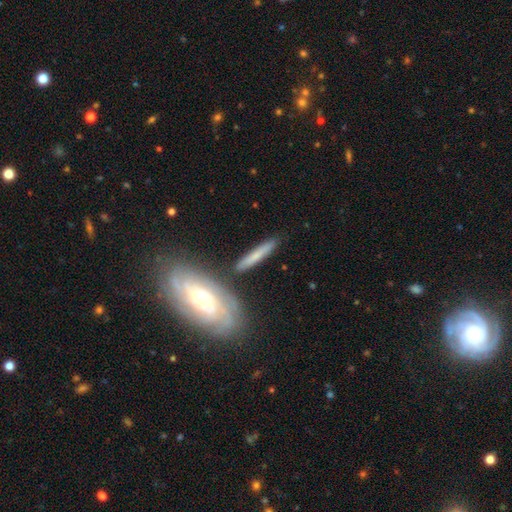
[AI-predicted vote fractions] Q: Smooth or featured?
A: smooth (54%); runner-up: featured or disk (39%)
Q: How rounded?
A: cigar-shaped (87%); runner-up: in between (10%)
Q: Merging?
A: none (78%); runner-up: minor disturbance (11%)